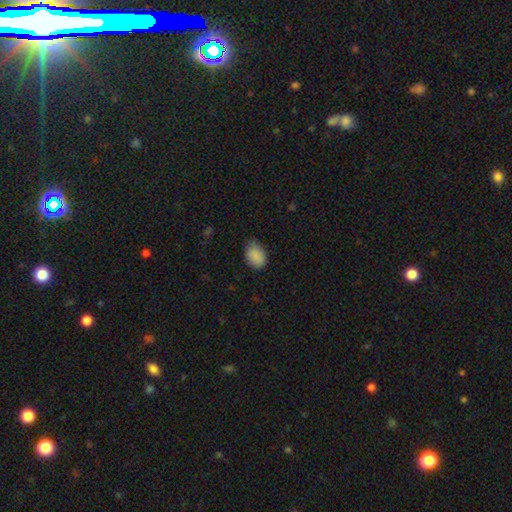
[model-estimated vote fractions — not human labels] The model was most divided on "merging": none: 73%, minor disturbance: 23%, major disturbance: 4%, merger: 1%. More confident: smooth or featured — smooth (89%); how rounded — in between (78%).